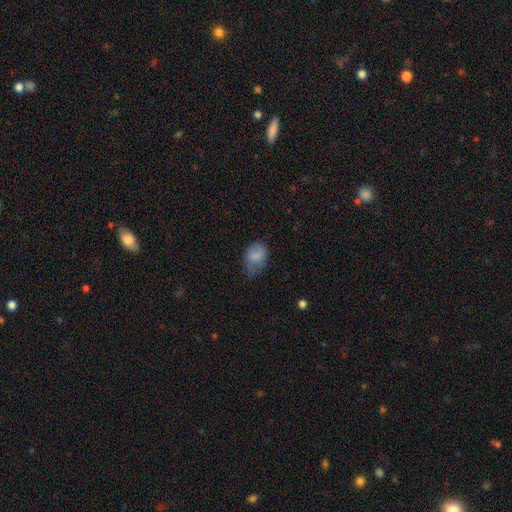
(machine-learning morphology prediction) The model was most divided on "merging": none: 41%, minor disturbance: 40%, major disturbance: 18%, merger: 2%. More confident: smooth or featured — smooth (79%); how rounded — in between (74%).